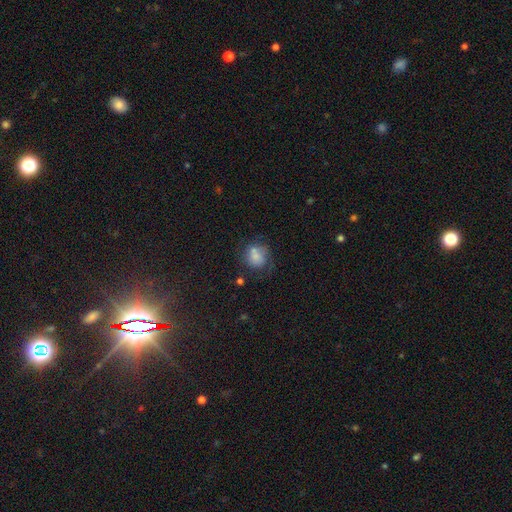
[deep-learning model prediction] Smooth or featured: smooth — 71% (featured or disk — 18%)
How rounded: round — 78% (in between — 21%)
Merging: none — 49% (minor disturbance — 20%)